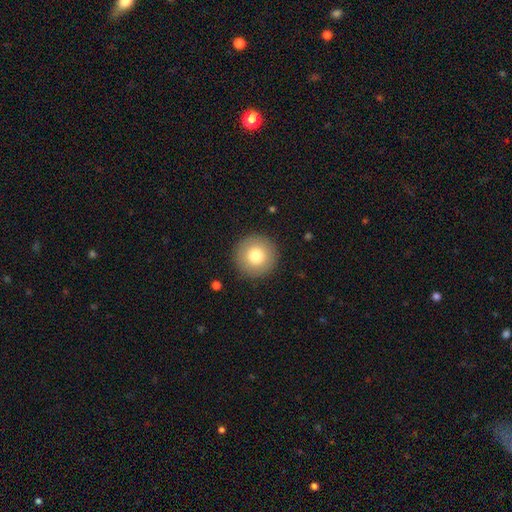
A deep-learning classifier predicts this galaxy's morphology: A smooth galaxy with no disk features (79%) that is round (97%).

Vote fractions:
- Smooth or featured? smooth: 79% / featured or disk: 12% / star or artifact: 9%
- How rounded? round: 97% / in between: 2% / cigar-shaped: 1%
- Merging? none: 91% / minor disturbance: 6% / major disturbance: 2% / merger: 1%